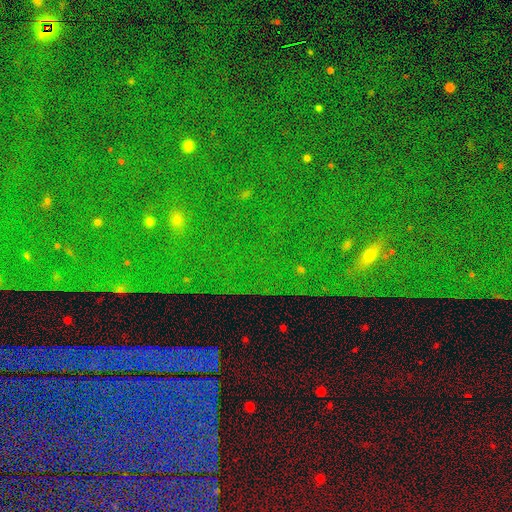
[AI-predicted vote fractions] The model was most divided on "smooth or featured": star or artifact: 86%, smooth: 8%, featured or disk: 7%.